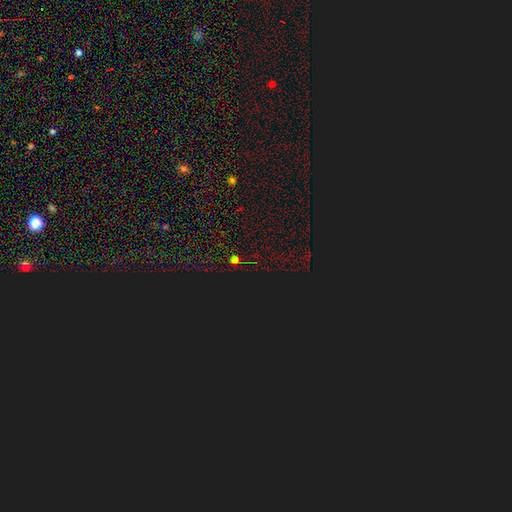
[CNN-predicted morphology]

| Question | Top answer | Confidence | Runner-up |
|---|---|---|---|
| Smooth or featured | star or artifact | 76% | smooth (18%) |